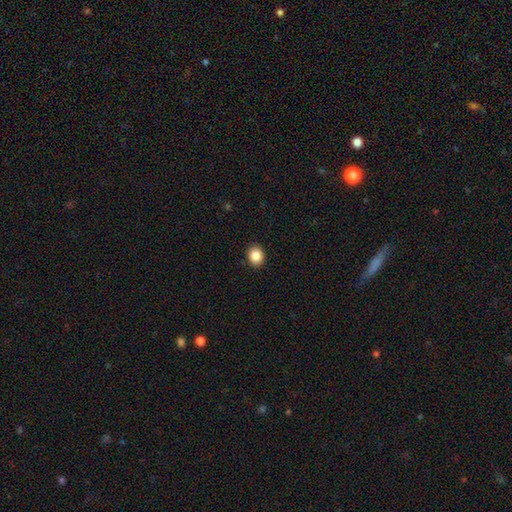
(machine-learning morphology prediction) A smooth galaxy with no disk features (86%) that is round (60%).

Vote fractions:
- Smooth or featured? smooth: 86% / star or artifact: 9% / featured or disk: 5%
- How rounded? round: 60% / in between: 39% / cigar-shaped: 1%
- Merging? none: 91% / minor disturbance: 6% / major disturbance: 2% / merger: 1%